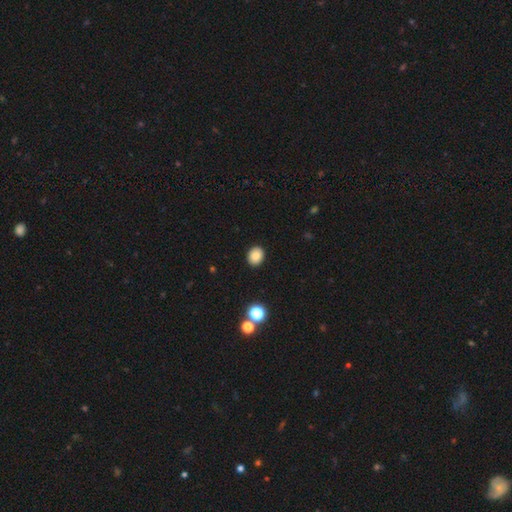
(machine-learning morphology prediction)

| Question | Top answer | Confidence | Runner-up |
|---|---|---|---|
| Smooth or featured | smooth | 85% | star or artifact (10%) |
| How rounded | round | 56% | in between (43%) |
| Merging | none | 91% | minor disturbance (6%) |